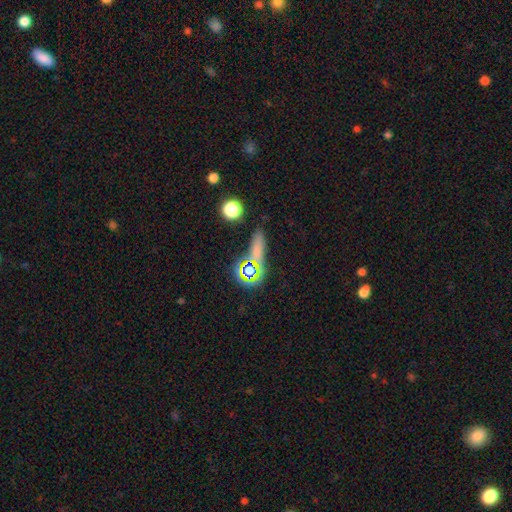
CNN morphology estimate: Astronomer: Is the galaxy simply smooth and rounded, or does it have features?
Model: star or artifact — 52% (runner-up: smooth, 34%).